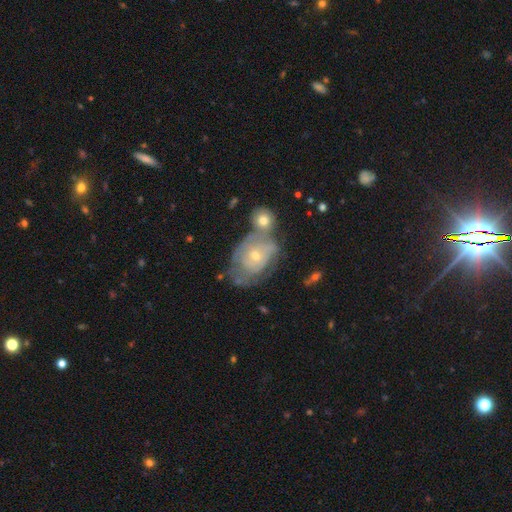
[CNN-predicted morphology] A featured or disk galaxy (70%) with no bar (80%), tight (68%) spiral arms (77%) and a small central bulge (61%).

Vote fractions:
- Smooth or featured? featured or disk: 70% / smooth: 21% / star or artifact: 9%
- Edge-on disk? no: 96% / yes: 4%
- Bar? no: 80% / weak: 17% / strong: 3%
- Spiral arms? yes: 77% / no: 23%
- Spiral winding? tight: 68% / medium: 24% / loose: 8%
- Spiral arm count? can't tell: 60% / 2: 18% / 3: 10% / 4: 5% / 1: 4% / more than 4: 4%
- Bulge size? small: 61% / moderate: 36% / large: 1% / none: 1% / dominant: 1%
- Merging? none: 41% / merger: 30% / minor disturbance: 19% / major disturbance: 11%